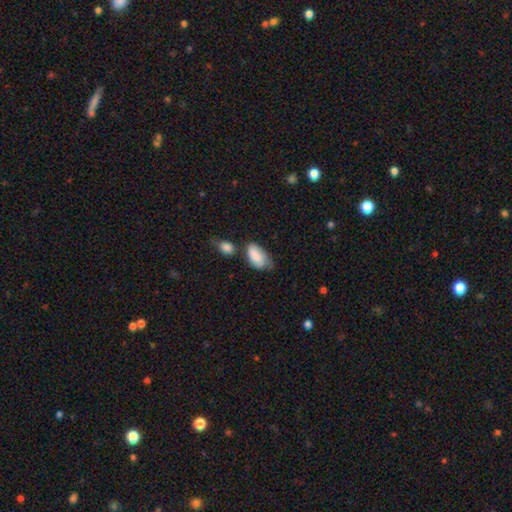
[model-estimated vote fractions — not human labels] smooth 85%, featured or disk 9%, star or artifact 7%. Down the decision tree: how rounded — in between (94%); merging — none (41%).